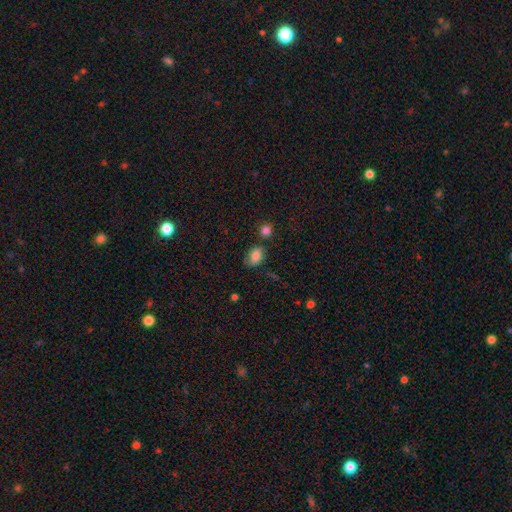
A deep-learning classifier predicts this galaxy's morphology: smooth_or_featured: smooth (p=0.78) [alt: featured or disk p=0.11]
how_rounded: in between (p=0.79) [alt: round p=0.20]
merging: none (p=0.65) [alt: minor disturbance p=0.22]